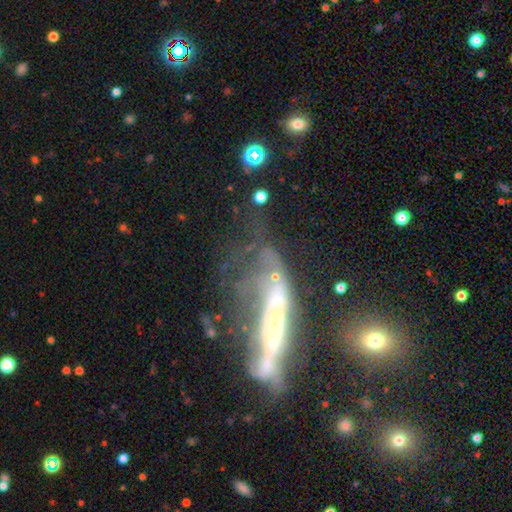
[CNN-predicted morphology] Overall: featured or disk (65%). Edge-on disk: no (52%; yes 48%). Merging: none (33%, tied with major disturbance).